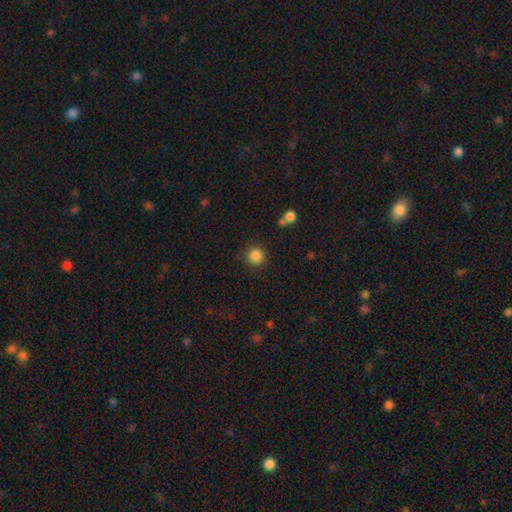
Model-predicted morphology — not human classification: smooth-or-featured: smooth: 85% | star or artifact: 11% | featured or disk: 4%
  how-rounded: round: 94% | in between: 5% | cigar-shaped: 1%
  merging: none: 87% | minor disturbance: 7% | major disturbance: 3% | merger: 3%